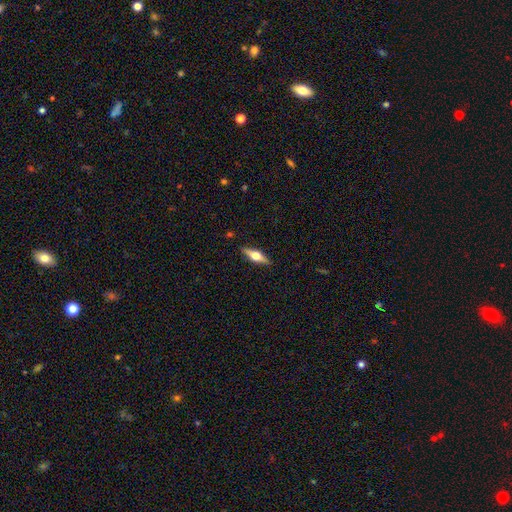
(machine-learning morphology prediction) The model was most divided on "smooth or featured": featured or disk: 62%, smooth: 32%, star or artifact: 6%. More confident: edge-on disk — yes (95%); edge-on bulge — rounded (94%); merging — none (89%).